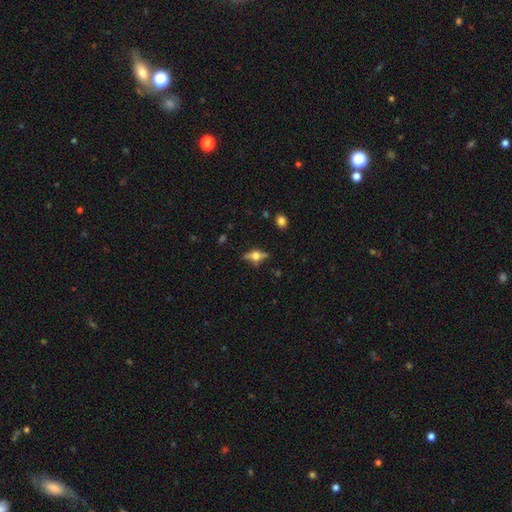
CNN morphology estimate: Smooth or featured?
  - featured or disk: 62% *
  - smooth: 28%
  - star or artifact: 10%
Edge-on disk?
  - yes: 92% *
  - no: 8%
Edge-on bulge?
  - rounded: 93% *
  - boxy: 5%
  - none: 1%
Merging?
  - none: 78% *
  - minor disturbance: 14%
  - major disturbance: 5%
  - merger: 3%